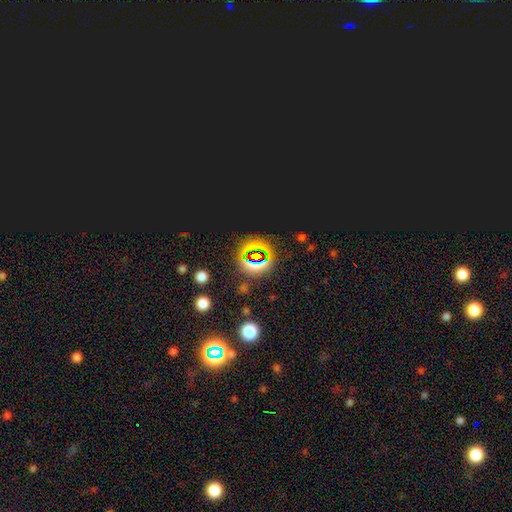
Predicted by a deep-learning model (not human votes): A star or artifact, not a galaxy (76%).